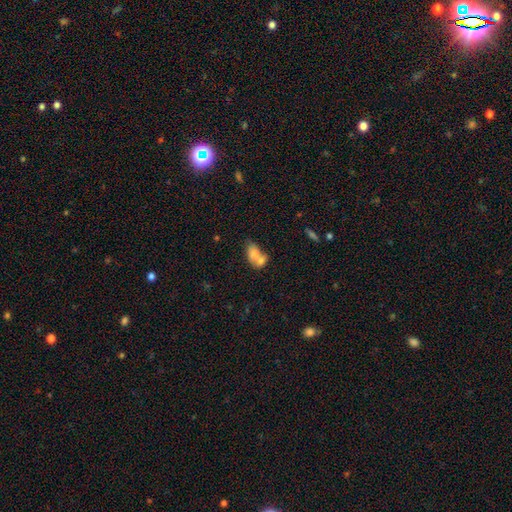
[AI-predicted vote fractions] Smooth or featured? smooth (71%)
How rounded? in between (83%)
Merging? merger (63%)